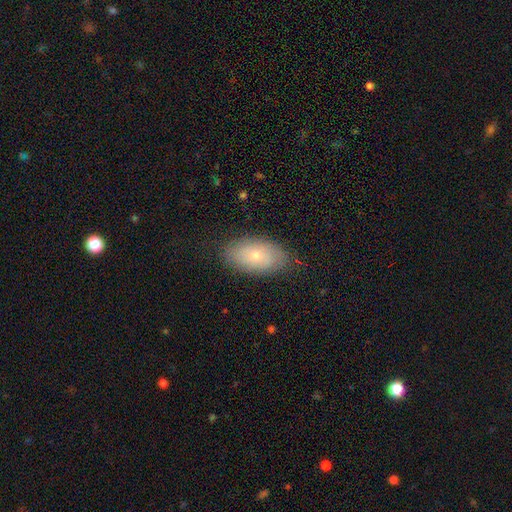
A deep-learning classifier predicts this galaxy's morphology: This is likely a smooth galaxy (60%). How rounded: clearly in between (92%). Merging: likely none (80%).